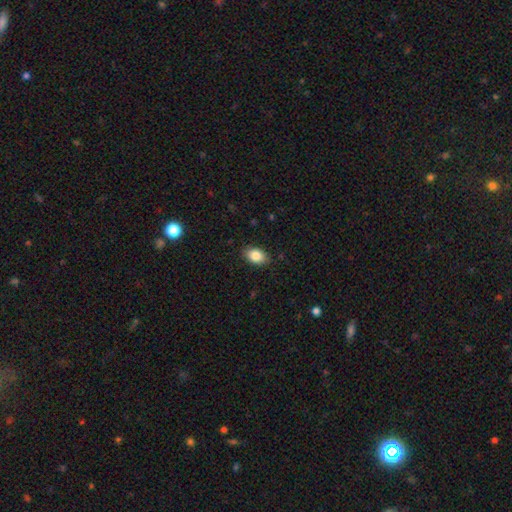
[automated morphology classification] This is clearly a smooth galaxy (86%). How rounded: clearly in between (86%). Merging: clearly none (85%).